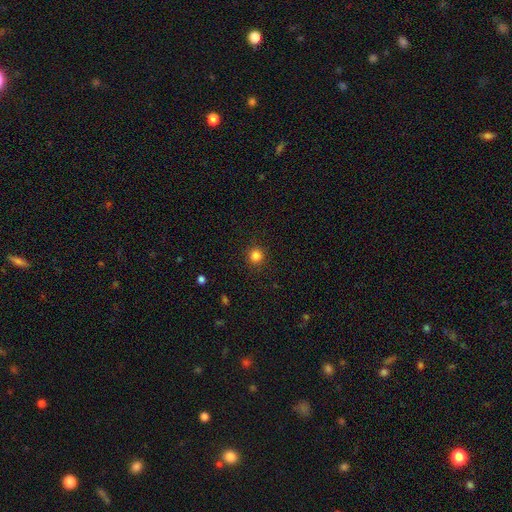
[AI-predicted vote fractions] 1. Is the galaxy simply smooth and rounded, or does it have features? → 84% smooth, 12% star or artifact, 4% featured or disk.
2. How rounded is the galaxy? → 91% round, 8% in between, 1% cigar-shaped.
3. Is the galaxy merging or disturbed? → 90% none, 7% minor disturbance, 2% major disturbance, 1% merger.